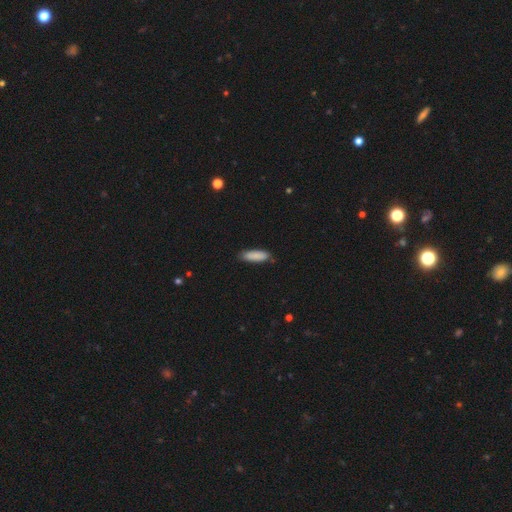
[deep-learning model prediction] The model was most divided on "how rounded": cigar-shaped: 52%, in between: 47%, round: 1%. More confident: smooth or featured — smooth (88%); merging — none (82%).